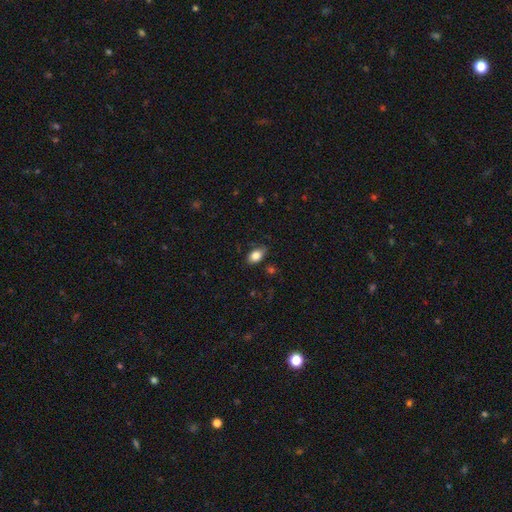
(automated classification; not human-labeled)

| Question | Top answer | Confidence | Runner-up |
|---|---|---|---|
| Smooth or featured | smooth | 83% | featured or disk (9%) |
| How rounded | in between | 88% | round (10%) |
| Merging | none | 78% | minor disturbance (17%) |